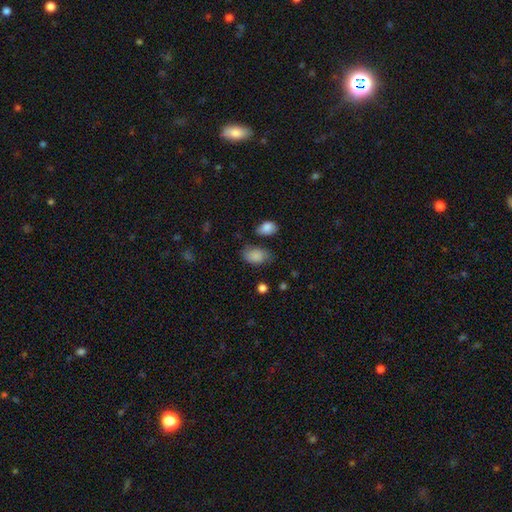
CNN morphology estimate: This appears to be a smooth galaxy with no disk features (85%) that is in between round and cigar-shaped (87%). Merging: none (60%).